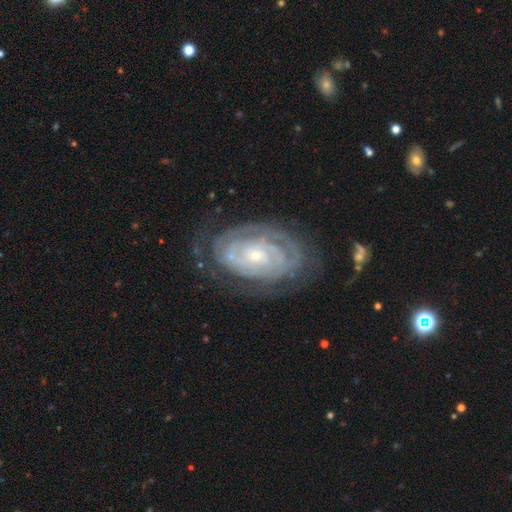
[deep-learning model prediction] This appears to be a featured or disk galaxy (85%) with no bar (68%), tight (79%) spiral arms (92%) and a small central bulge (69%). Merging: none (68%).